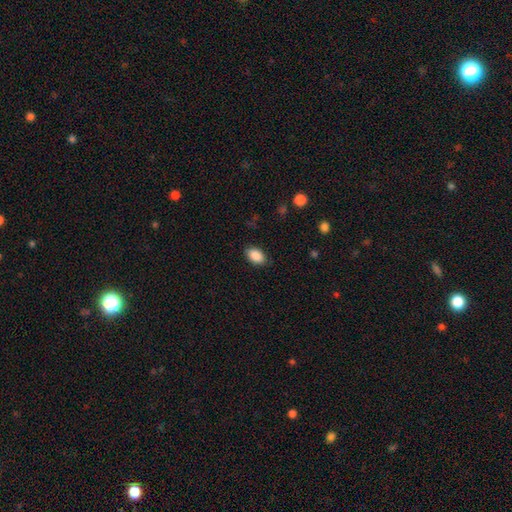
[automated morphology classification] This appears to be a smooth galaxy with no disk features (89%) that is in between round and cigar-shaped (90%). Merging: none (87%).